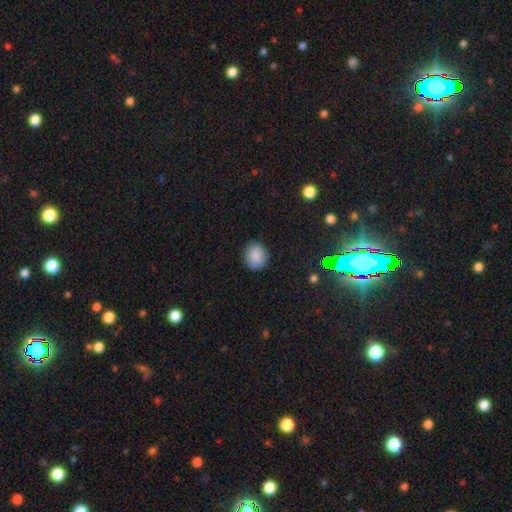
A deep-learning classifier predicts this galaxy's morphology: This is clearly a smooth galaxy (86%). How rounded: likely round (73%). Merging: clearly none (85%).